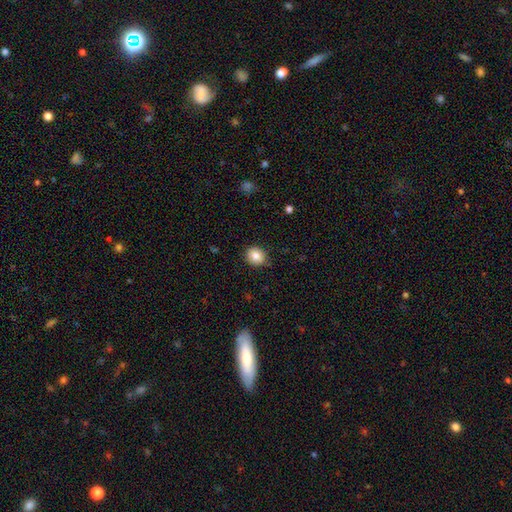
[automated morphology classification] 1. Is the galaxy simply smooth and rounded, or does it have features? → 83% smooth, 9% star or artifact, 8% featured or disk.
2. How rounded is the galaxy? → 82% round, 17% in between, 1% cigar-shaped.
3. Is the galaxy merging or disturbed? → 87% none, 10% minor disturbance, 2% major disturbance, 1% merger.